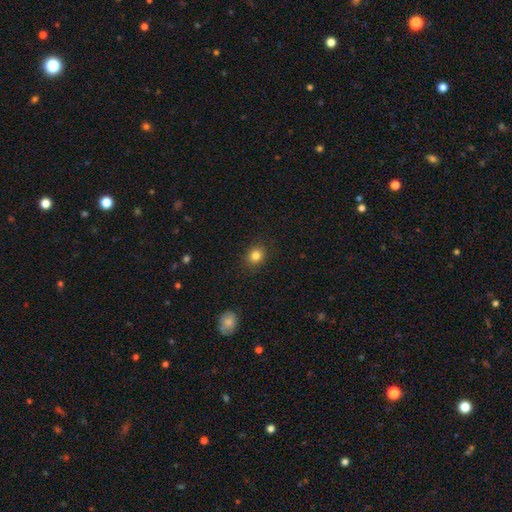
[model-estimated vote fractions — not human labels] Smooth or featured? Predicted: smooth (p=0.83). How rounded? Predicted: round (p=0.72). Merging? Predicted: none (p=0.88).